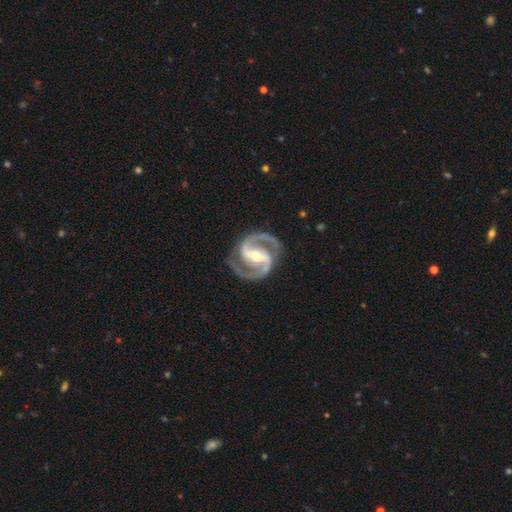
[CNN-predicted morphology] Smooth or featured: featured or disk — 94% (star or artifact — 3%)
Edge-on disk: no — 98% (yes — 2%)
Bar: strong — 57% (weak — 31%)
Spiral arms: yes — 99% (no — 1%)
Spiral winding: medium — 62% (tight — 31%)
Spiral arm count: 2 — 94% (3 — 2%)
Bulge size: moderate — 57% (small — 37%)
Merging: none — 85% (minor disturbance — 10%)